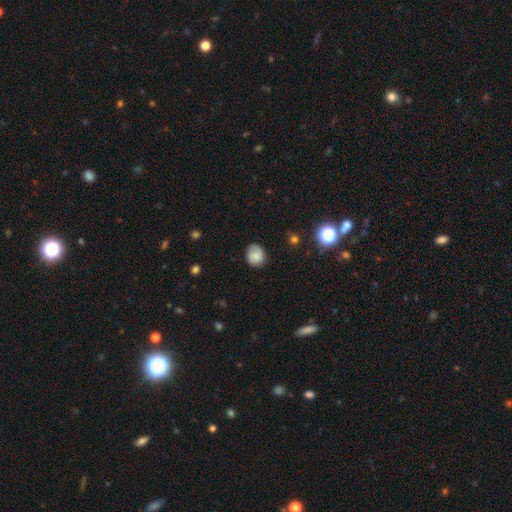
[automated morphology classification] A smooth galaxy with no disk features (72%) that is round (71%). Merging: none (73%).